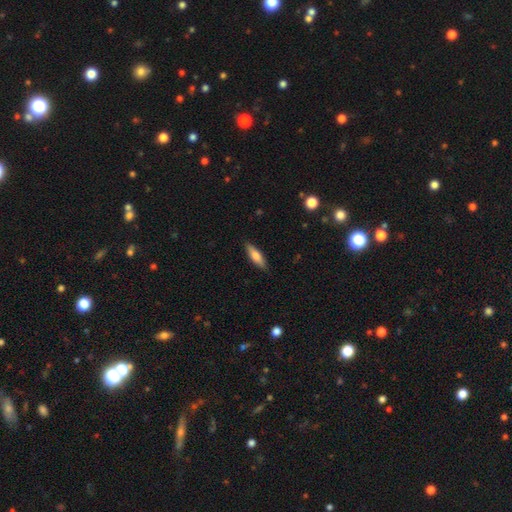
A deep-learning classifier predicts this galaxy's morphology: A smooth galaxy with no disk features (71%) that is cigar-shaped (57%).

Vote fractions:
- Smooth or featured? smooth: 71% / featured or disk: 23% / star or artifact: 6%
- How rounded? cigar-shaped: 57% / in between: 41% / round: 2%
- Merging? none: 88% / minor disturbance: 9% / major disturbance: 2% / merger: 1%